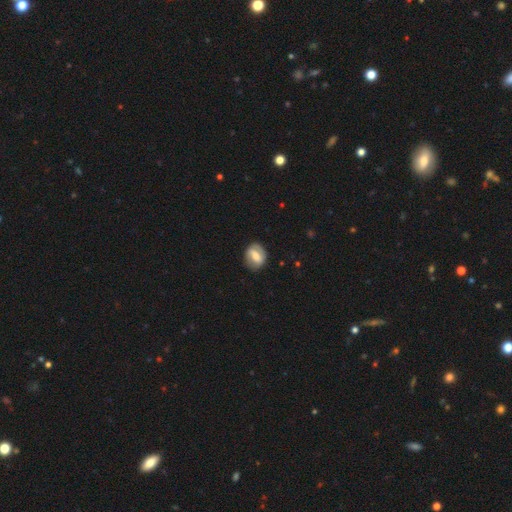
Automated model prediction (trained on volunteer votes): Q: Smooth or featured?
A: featured or disk (49%); runner-up: smooth (44%)
Q: Merging?
A: none (81%); runner-up: minor disturbance (14%)